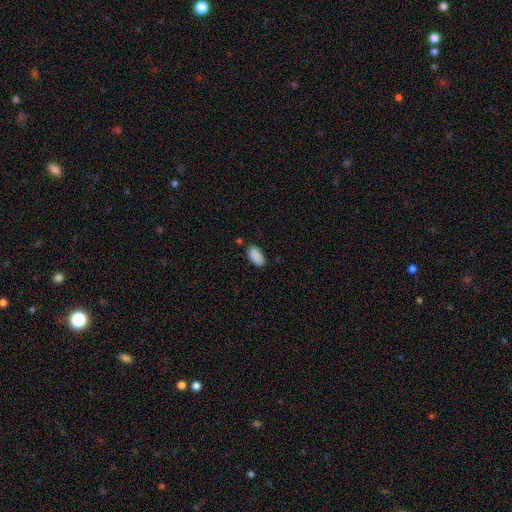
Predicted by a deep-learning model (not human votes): Smooth or featured? Predicted: smooth (p=0.90). How rounded? Predicted: in between (p=0.95). Merging? Predicted: none (p=0.82).